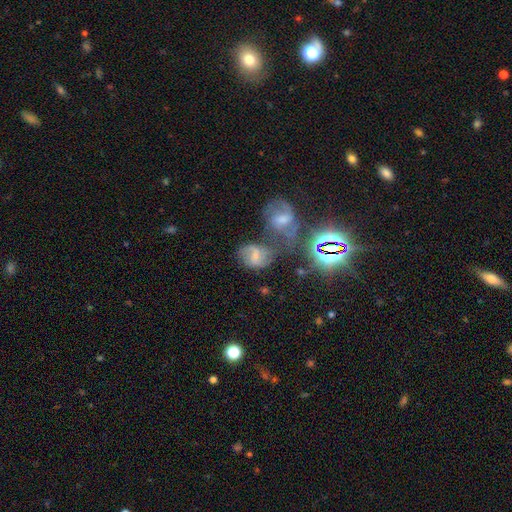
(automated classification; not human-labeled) Smooth or featured? Predicted: featured or disk (p=0.50). Edge-on disk? Predicted: no (p=0.96). Merging? Predicted: none (p=0.40).